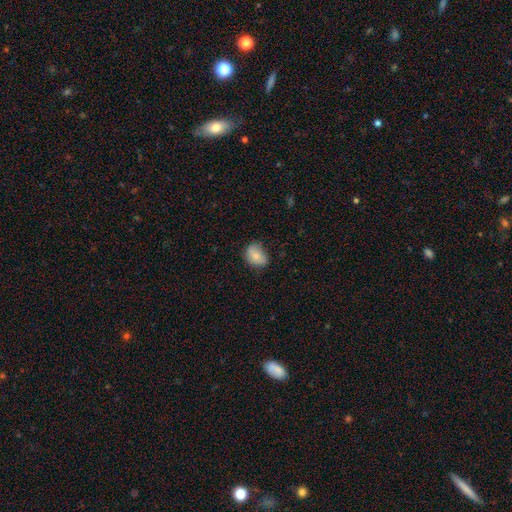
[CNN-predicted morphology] Smooth or featured?
  - smooth: 80% *
  - featured or disk: 12%
  - star or artifact: 8%
How rounded?
  - in between: 63% *
  - round: 35%
  - cigar-shaped: 1%
Merging?
  - none: 64% *
  - minor disturbance: 29%
  - major disturbance: 6%
  - merger: 1%